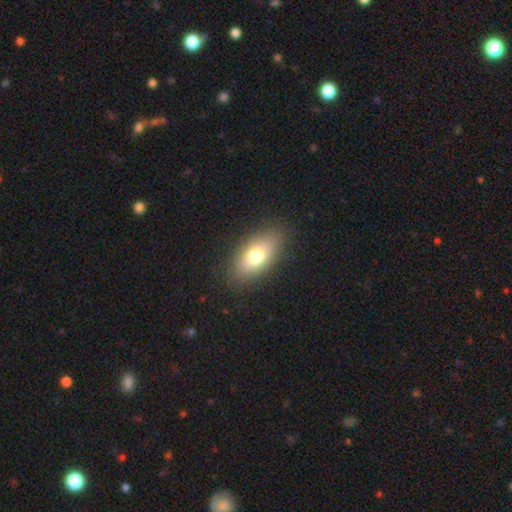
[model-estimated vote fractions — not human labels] Morphology: type=smooth (73%); roundness=in between (87%); merging=none (86%).